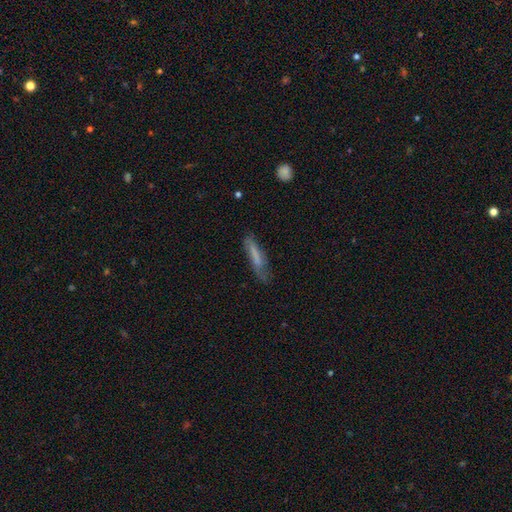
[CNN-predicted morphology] type=smooth (60%); roundness=cigar-shaped (83%); merging=none (64%).